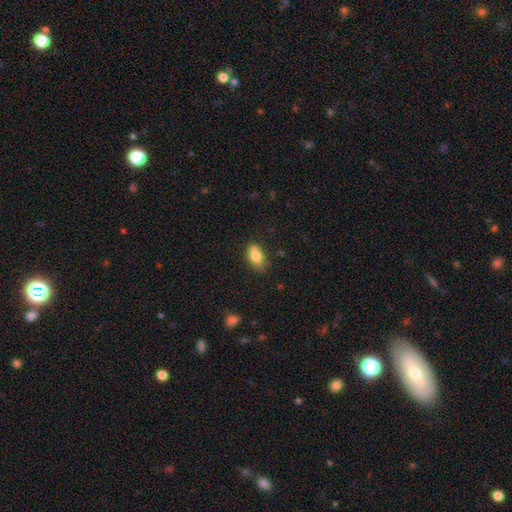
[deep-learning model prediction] Smooth or featured? Predicted: smooth (p=0.82). How rounded? Predicted: in between (p=0.90). Merging? Predicted: none (p=0.72).